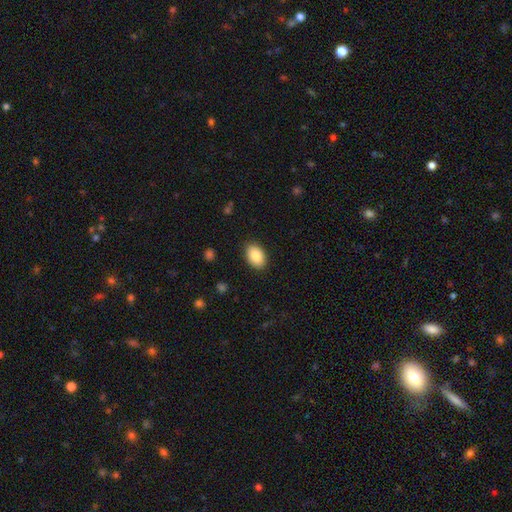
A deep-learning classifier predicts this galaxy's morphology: smooth 88%, star or artifact 7%, featured or disk 6%. Down the decision tree: how rounded — in between (88%); merging — none (88%).